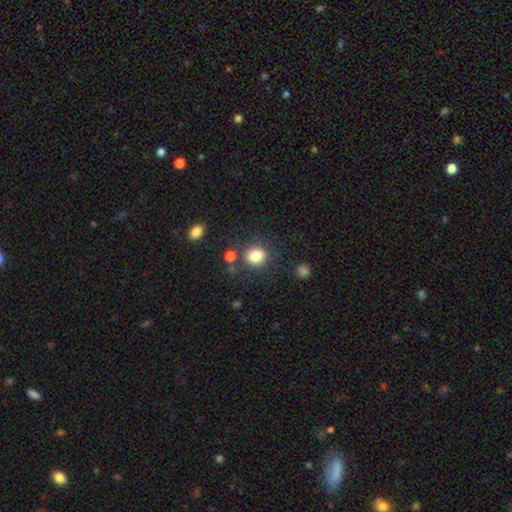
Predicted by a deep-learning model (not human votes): Smooth or featured? Predicted: smooth (p=0.83). How rounded? Predicted: round (p=0.80). Merging? Predicted: none (p=0.79).